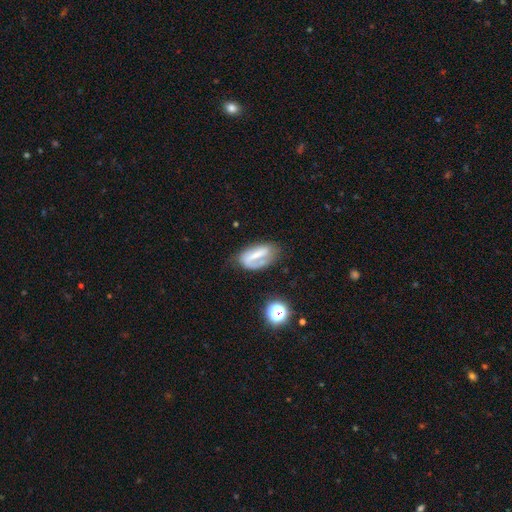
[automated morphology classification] This is possibly a featured or disk galaxy (58%). It is clearly not viewed edge-on (93%). Bar: possibly strong (54%). Spiral arm pattern: likely yes (72%). Central bulge: marginally none (34%). Merging: possibly none (55%).